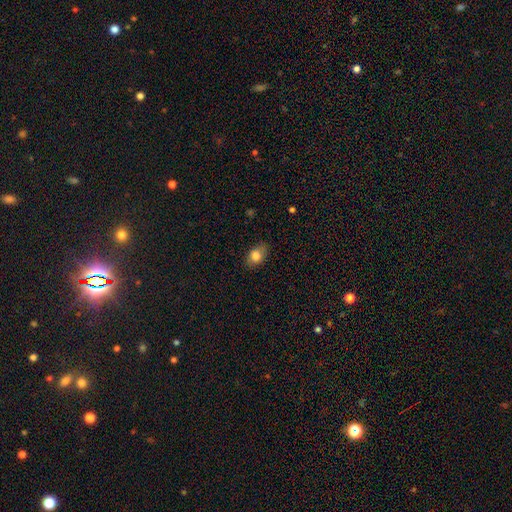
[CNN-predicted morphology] Smooth or featured: smooth — 81% (featured or disk — 10%)
How rounded: in between — 78% (round — 20%)
Merging: none — 79% (minor disturbance — 17%)